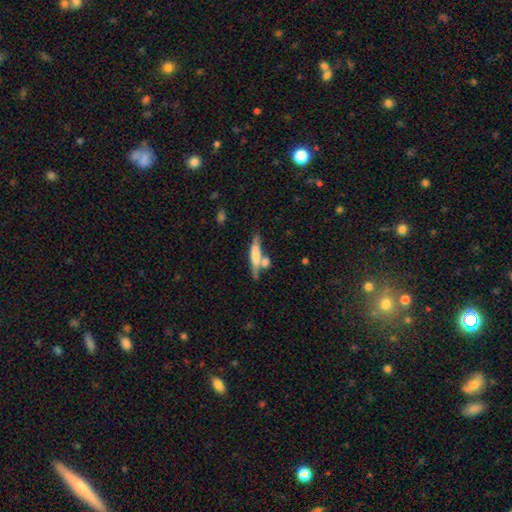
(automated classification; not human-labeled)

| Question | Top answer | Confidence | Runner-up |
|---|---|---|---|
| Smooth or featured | smooth | 58% | featured or disk (35%) |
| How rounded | cigar-shaped | 82% | in between (15%) |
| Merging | none | 54% | merger (27%) |